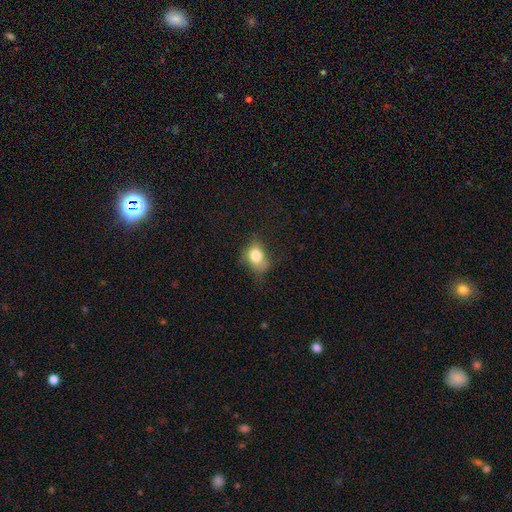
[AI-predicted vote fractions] Smooth or featured?
  - smooth: 78% *
  - featured or disk: 12%
  - star or artifact: 10%
How rounded?
  - in between: 66% *
  - round: 33%
  - cigar-shaped: 1%
Merging?
  - none: 51% *
  - minor disturbance: 32%
  - major disturbance: 15%
  - merger: 2%